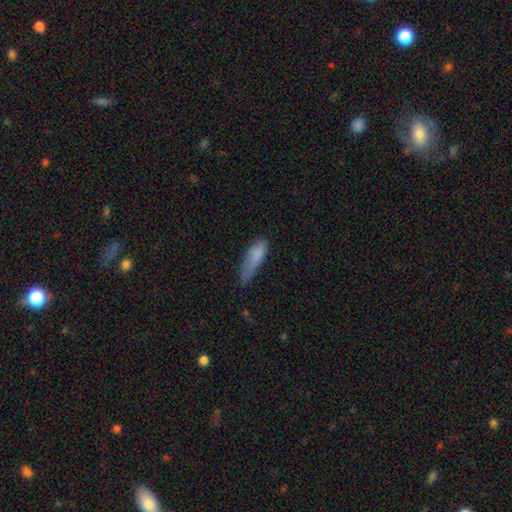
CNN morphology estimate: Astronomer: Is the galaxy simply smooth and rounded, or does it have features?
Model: smooth — 79%.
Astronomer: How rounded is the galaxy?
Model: cigar-shaped — 53% (runner-up: in between, 45%).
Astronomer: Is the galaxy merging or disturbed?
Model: minor disturbance — 41% (runner-up: none, 36%).